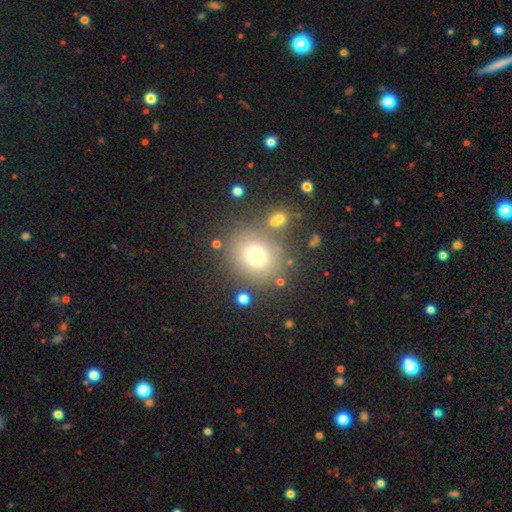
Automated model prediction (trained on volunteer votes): Morphology: type=smooth (72%); roundness=round (78%); merging=none (80%).